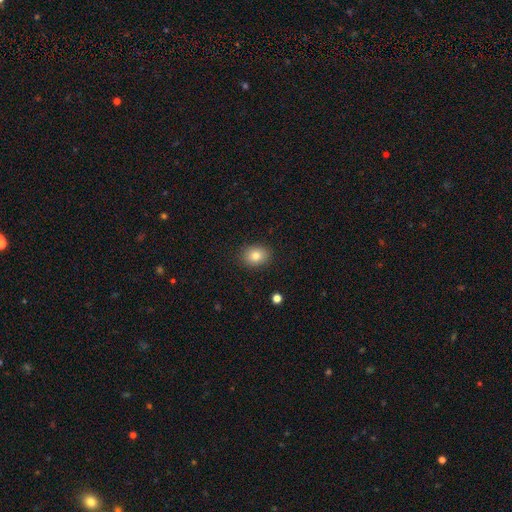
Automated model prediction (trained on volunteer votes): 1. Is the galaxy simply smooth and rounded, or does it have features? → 81% smooth, 10% star or artifact, 9% featured or disk.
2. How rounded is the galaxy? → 51% round, 48% in between, 1% cigar-shaped.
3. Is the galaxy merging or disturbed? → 88% none, 8% minor disturbance, 2% major disturbance, 1% merger.